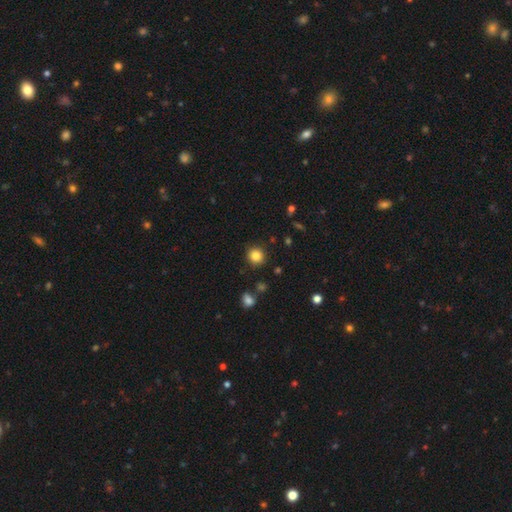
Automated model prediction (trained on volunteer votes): This appears to be a smooth galaxy with no disk features (84%) that is round (91%). Merging: none (89%).